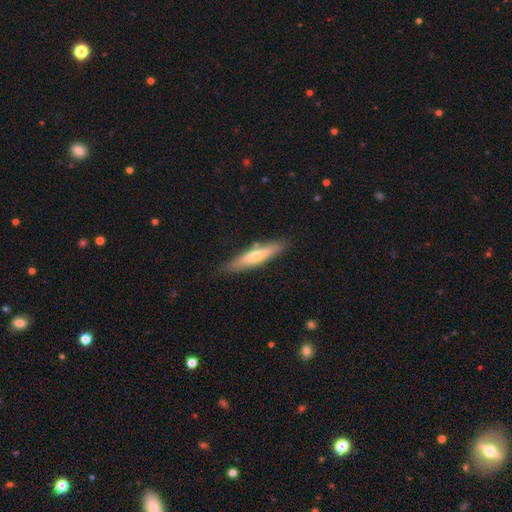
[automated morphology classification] smooth_or_featured: smooth (p=0.47) [tied with: featured or disk p=0.47]
merging: none (p=0.85) [alt: minor disturbance p=0.11]